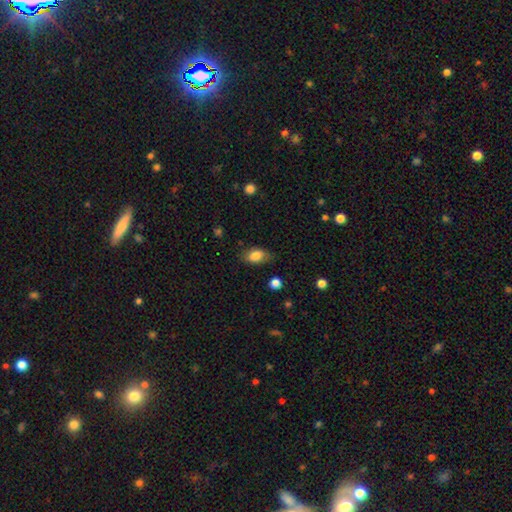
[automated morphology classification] Smooth or featured?
  - smooth: 82% *
  - featured or disk: 11%
  - star or artifact: 8%
How rounded?
  - in between: 88% *
  - round: 9%
  - cigar-shaped: 3%
Merging?
  - none: 74% *
  - minor disturbance: 20%
  - major disturbance: 5%
  - merger: 1%